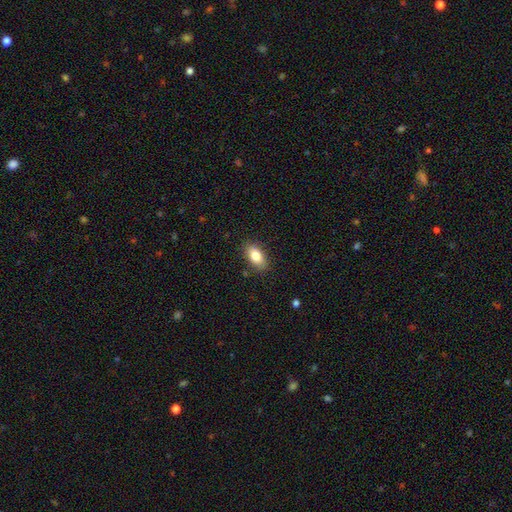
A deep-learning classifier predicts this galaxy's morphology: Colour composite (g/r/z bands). It shows a smooth galaxy with no disk features (84%) that is in between round and cigar-shaped (90%). Merging: none (86%).